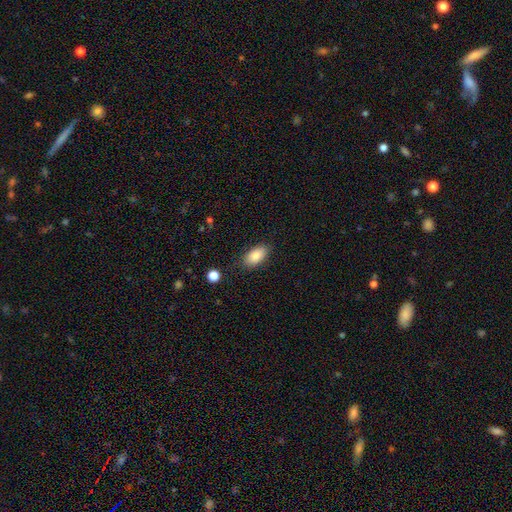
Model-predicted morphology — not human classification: This is clearly a smooth galaxy (85%). How rounded: clearly in between (92%). Merging: clearly none (81%).